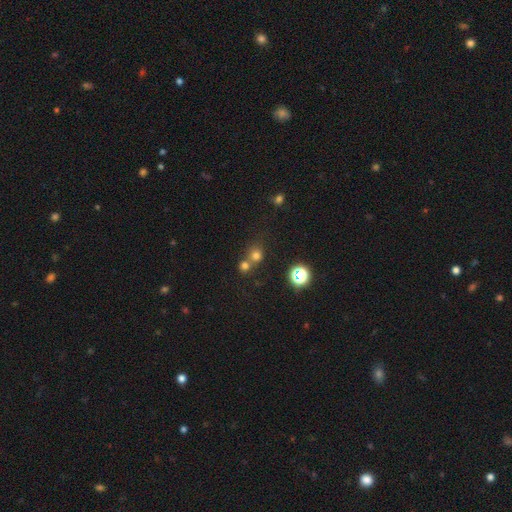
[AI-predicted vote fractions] This is likely a smooth galaxy (68%). How rounded: clearly round (84%). Merging: possibly none (50%).